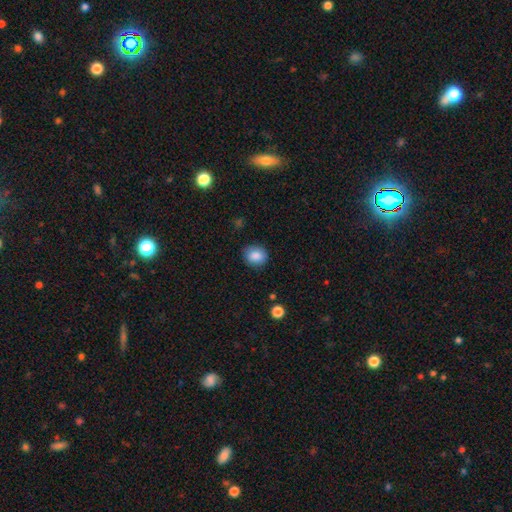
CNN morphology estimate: Smooth or featured: smooth — 86% (star or artifact — 9%)
How rounded: round — 70% (in between — 29%)
Merging: none — 85% (minor disturbance — 11%)